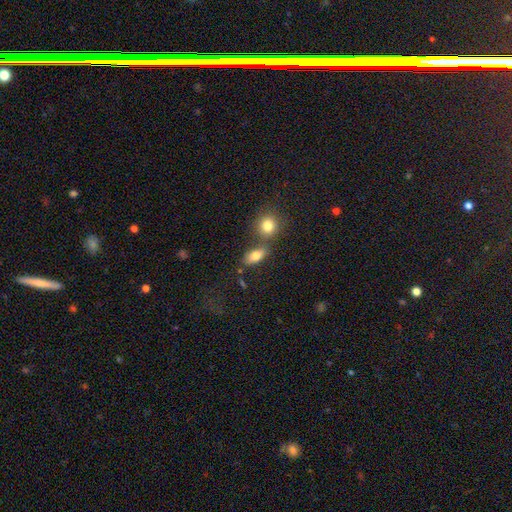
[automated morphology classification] This appears to be a smooth galaxy with no disk features (78%) that is in between round and cigar-shaped (77%). Merging: none (60%).